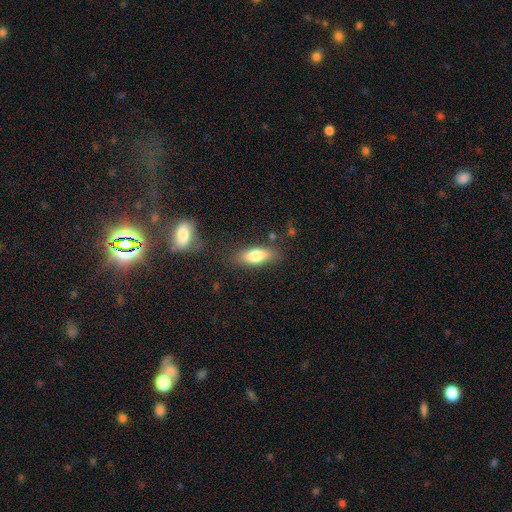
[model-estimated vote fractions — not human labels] Q: Smooth or featured?
A: smooth (78%); runner-up: featured or disk (14%)
Q: How rounded?
A: in between (78%); runner-up: cigar-shaped (19%)
Q: Merging?
A: none (79%); runner-up: minor disturbance (14%)